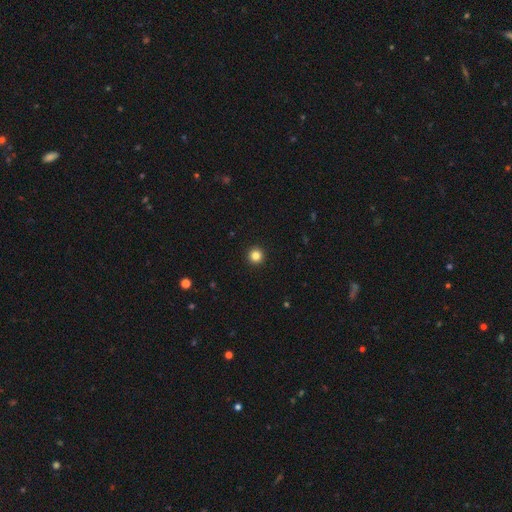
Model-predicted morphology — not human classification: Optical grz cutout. It shows a smooth galaxy with no disk features (84%) that is round (96%). Merging: none (94%).